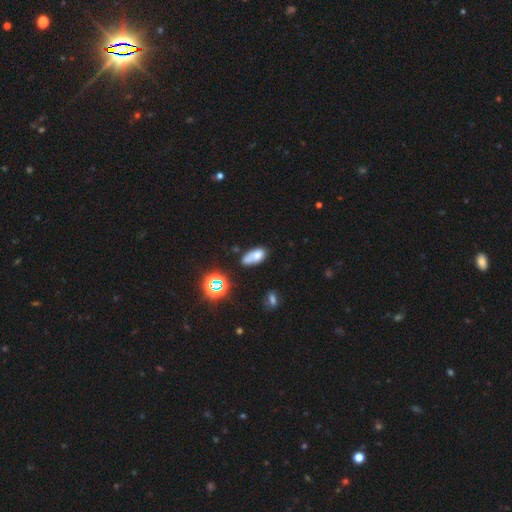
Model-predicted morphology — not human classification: The model was most divided on "merging": none: 39%, minor disturbance: 27%, merger: 21%, major disturbance: 13%. More confident: how rounded — in between (85%); smooth or featured — smooth (65%).